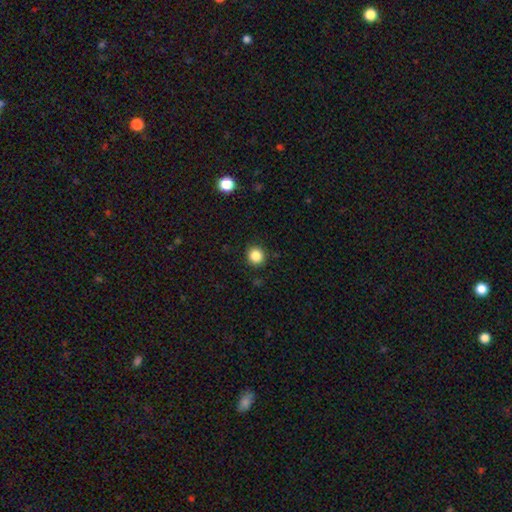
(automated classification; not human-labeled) The model was most divided on "smooth or featured": smooth: 86%, star or artifact: 11%, featured or disk: 4%. More confident: merging — none (91%); how rounded — round (91%).